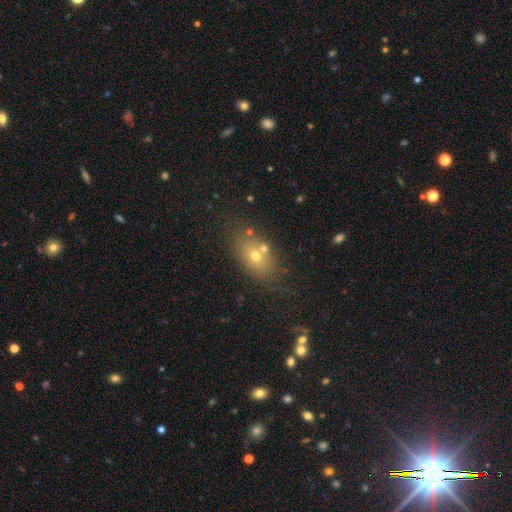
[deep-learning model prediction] Morphology: type=smooth (61%); roundness=in between (73%); merging=none (65%).